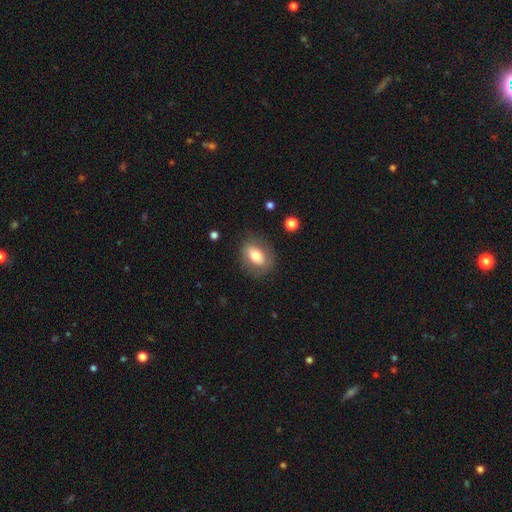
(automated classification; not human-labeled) Q: Smooth or featured?
A: smooth (68%); runner-up: featured or disk (24%)
Q: How rounded?
A: in between (76%); runner-up: round (22%)
Q: Merging?
A: none (80%); runner-up: minor disturbance (13%)